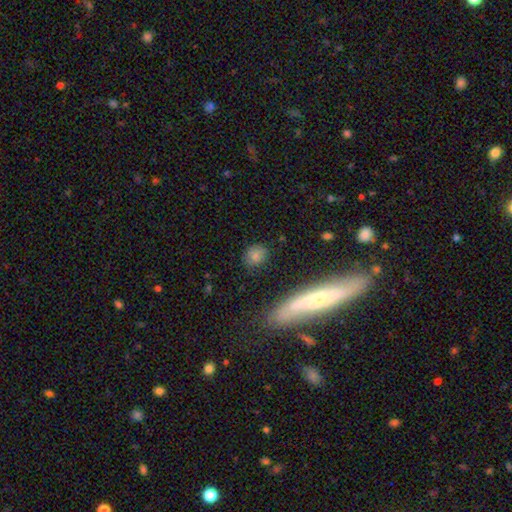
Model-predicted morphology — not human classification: Q: Smooth or featured?
A: smooth (76%); runner-up: star or artifact (13%)
Q: How rounded?
A: round (68%); runner-up: in between (29%)
Q: Merging?
A: none (83%); runner-up: minor disturbance (11%)